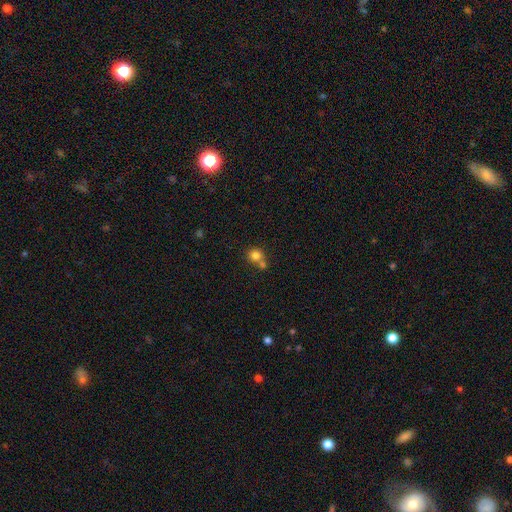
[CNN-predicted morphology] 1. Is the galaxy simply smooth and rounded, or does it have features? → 80% smooth, 11% star or artifact, 9% featured or disk.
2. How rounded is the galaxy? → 85% round, 14% in between, 1% cigar-shaped.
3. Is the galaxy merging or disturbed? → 46% none, 43% merger, 8% minor disturbance, 3% major disturbance.